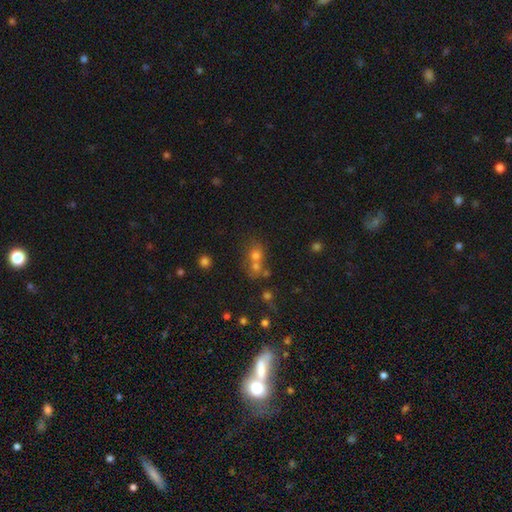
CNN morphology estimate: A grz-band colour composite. It shows a smooth galaxy with no disk features (64%) that is round (75%). Merging: merger (52%).